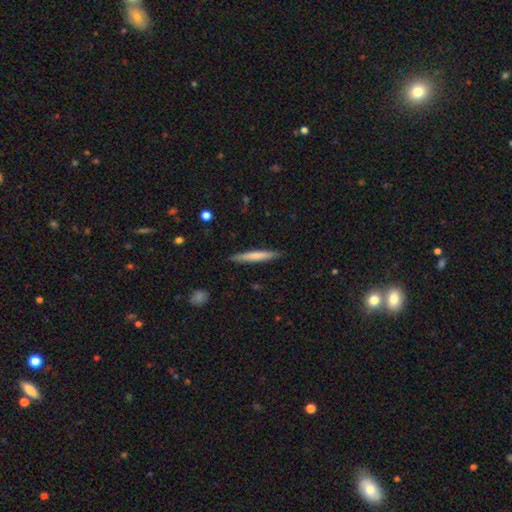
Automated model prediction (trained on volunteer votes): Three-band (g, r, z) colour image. It shows a smooth galaxy with no disk features (66%) that is cigar-shaped (95%). Merging: none (89%).